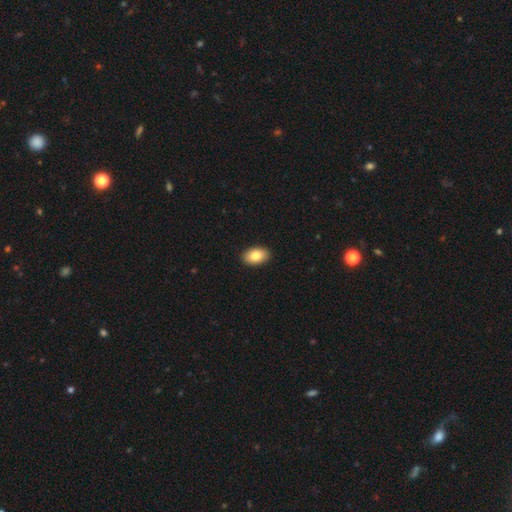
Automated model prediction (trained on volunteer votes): Smooth or featured?
  - smooth: 83% *
  - featured or disk: 10%
  - star or artifact: 7%
How rounded?
  - in between: 91% *
  - round: 8%
  - cigar-shaped: 1%
Merging?
  - none: 91% *
  - minor disturbance: 6%
  - major disturbance: 1%
  - merger: 1%